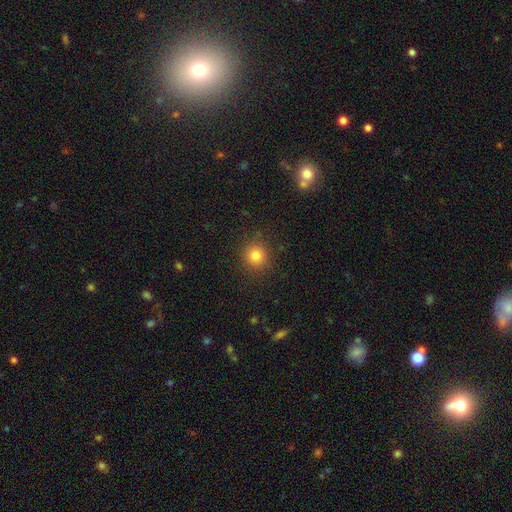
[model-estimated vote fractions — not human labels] Q: Smooth or featured?
A: smooth (81%); runner-up: star or artifact (13%)
Q: How rounded?
A: round (92%); runner-up: in between (7%)
Q: Merging?
A: none (89%); runner-up: minor disturbance (7%)